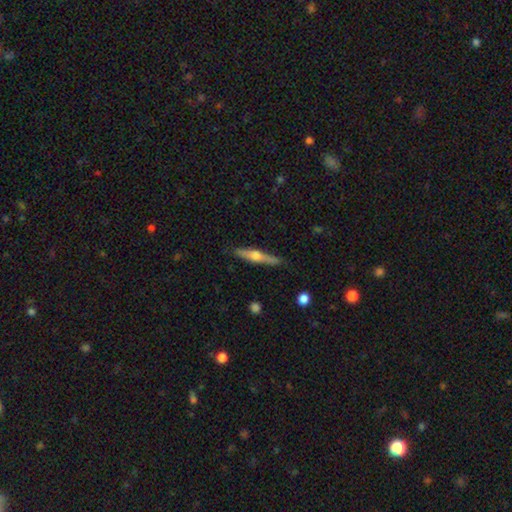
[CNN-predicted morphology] smooth-or-featured: featured or disk: 57% | smooth: 37% | star or artifact: 6%
  disk-edge-on: yes: 96% | no: 4%
    edge-on-bulge: rounded: 91% | none: 5% | boxy: 4%
  merging: none: 85% | minor disturbance: 11% | major disturbance: 2% | merger: 2%